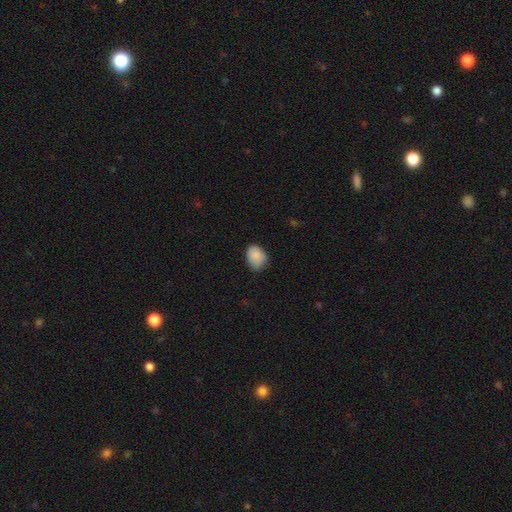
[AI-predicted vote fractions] The model was most divided on "merging": none: 62%, minor disturbance: 32%, major disturbance: 5%, merger: 1%. More confident: smooth or featured — smooth (86%); how rounded — in between (66%).